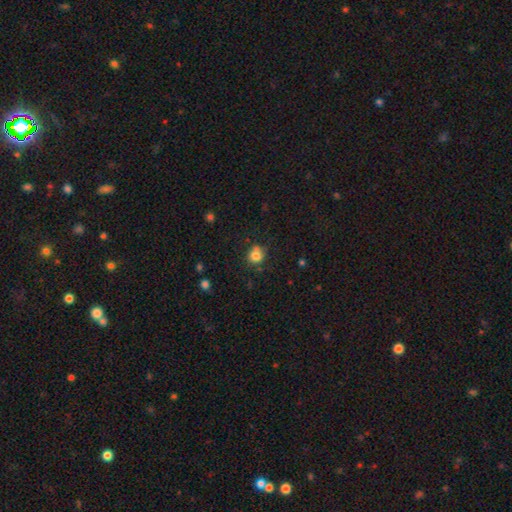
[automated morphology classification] This is likely a smooth galaxy (79%). How rounded: likely round (75%). Merging: likely none (63%).